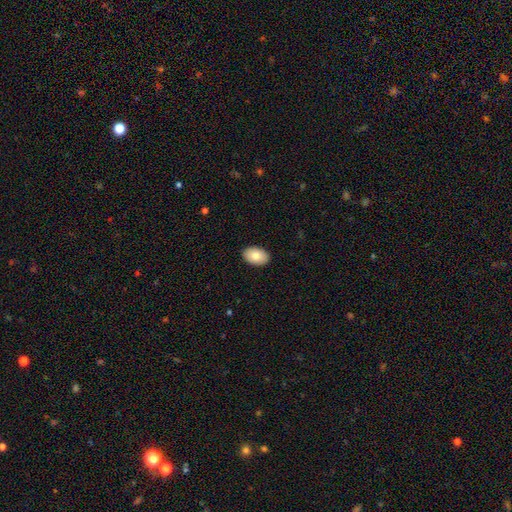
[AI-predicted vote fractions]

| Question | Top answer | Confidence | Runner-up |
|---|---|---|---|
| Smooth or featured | smooth | 84% | featured or disk (10%) |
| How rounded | in between | 91% | round (8%) |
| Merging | none | 90% | minor disturbance (7%) |